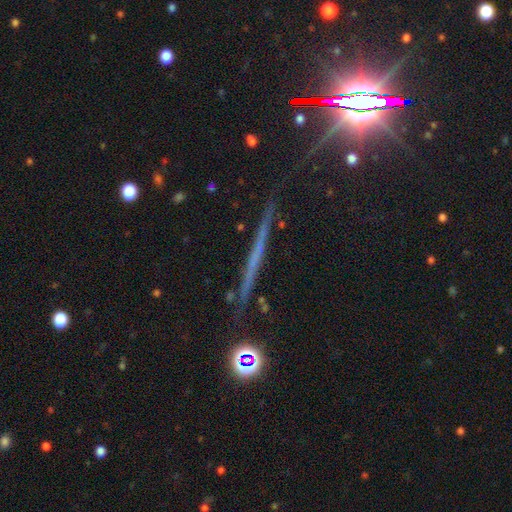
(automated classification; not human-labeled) smooth_or_featured: featured or disk (p=0.54) [alt: star or artifact p=0.24]
disk_edge_on: yes (p=0.95) [alt: no p=0.05]
edge_on_bulge: none (p=0.78) [alt: rounded p=0.15]
merging: none (p=0.85) [alt: minor disturbance p=0.10]